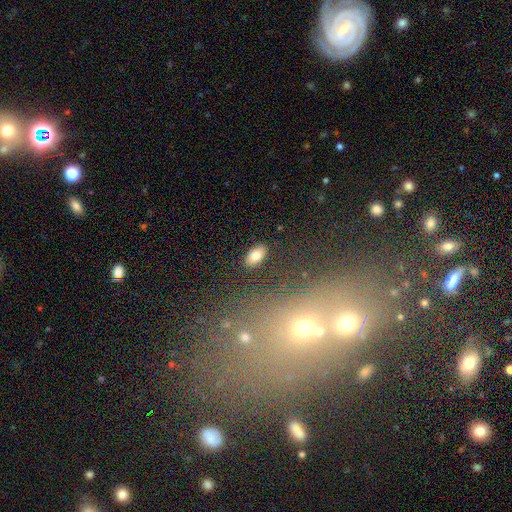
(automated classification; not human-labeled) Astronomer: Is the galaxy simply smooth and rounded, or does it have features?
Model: smooth — 79%.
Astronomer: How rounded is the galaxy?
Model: in between — 93%.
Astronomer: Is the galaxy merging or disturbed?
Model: none — 87%.